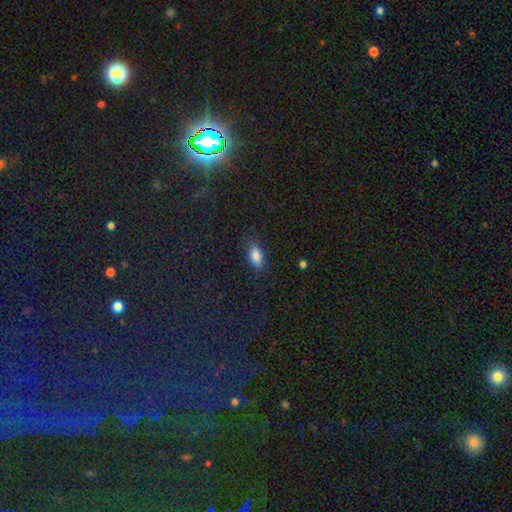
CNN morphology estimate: smooth 85%, star or artifact 9%, featured or disk 6%. Down the decision tree: how rounded — in between (88%); merging — none (82%).